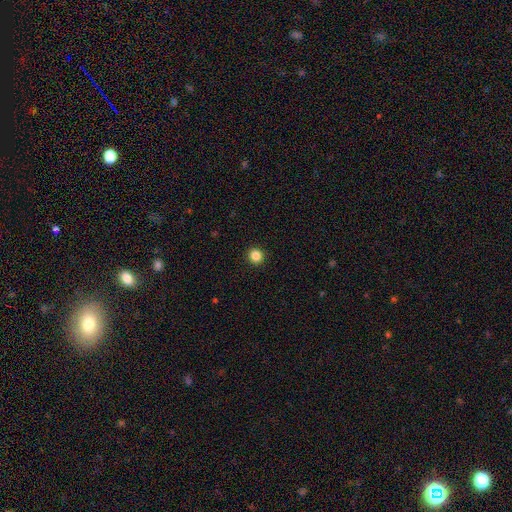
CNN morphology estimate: This is clearly a smooth galaxy (85%). How rounded: clearly round (93%). Merging: clearly none (93%).